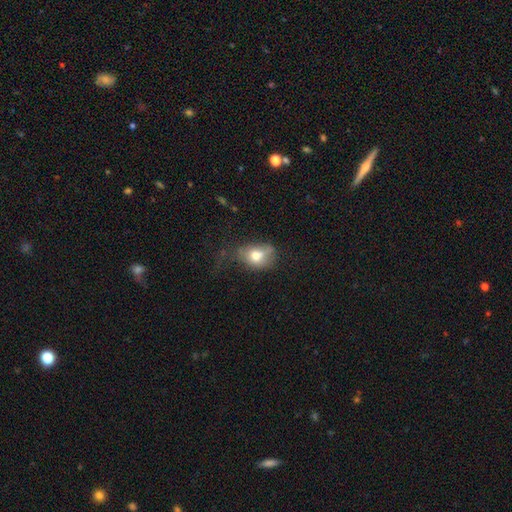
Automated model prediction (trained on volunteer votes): Smooth or featured? Predicted: smooth (p=0.68). How rounded? Predicted: in between (p=0.70). Merging? Predicted: none (p=0.36).